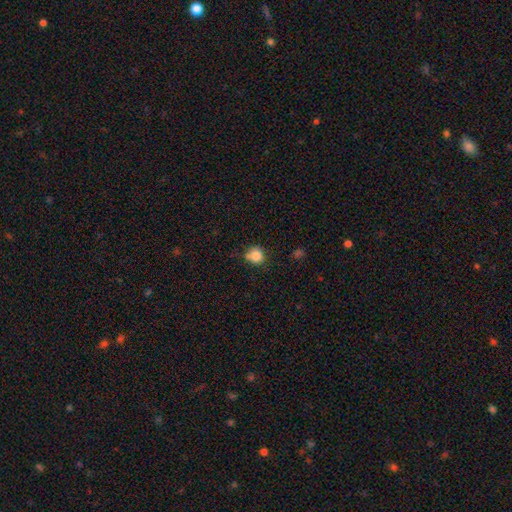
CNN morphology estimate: smooth_or_featured: smooth (p=0.84) [alt: star or artifact p=0.11]
how_rounded: round (p=0.89) [alt: in between p=0.10]
merging: none (p=0.67) [alt: minor disturbance p=0.19]